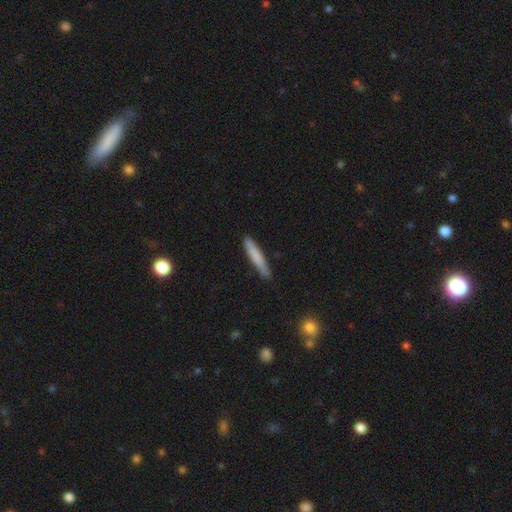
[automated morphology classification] Smooth or featured? smooth (76%)
How rounded? cigar-shaped (93%)
Merging? none (84%)